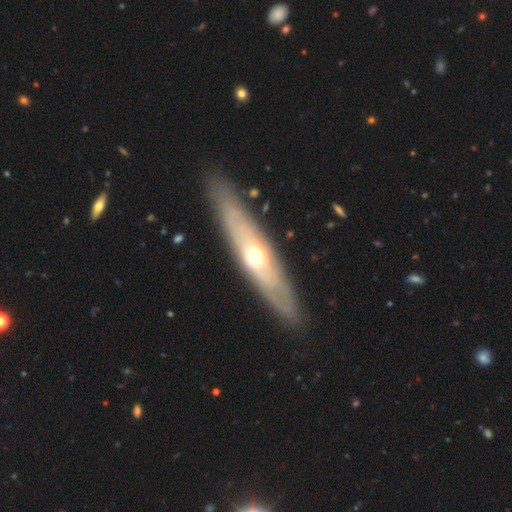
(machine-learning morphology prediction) This appears to be a featured or disk galaxy (66%). Merging: none (84%).